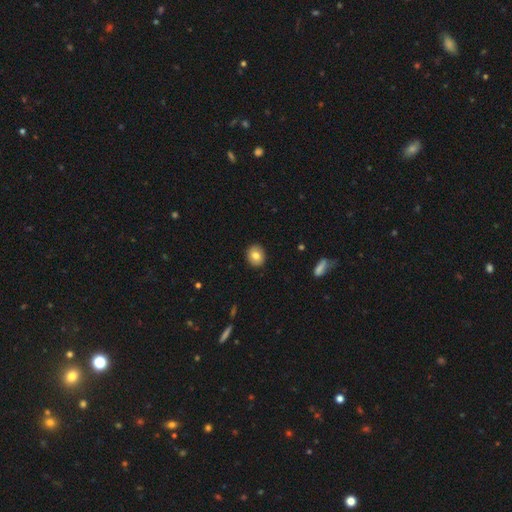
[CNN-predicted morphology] A smooth galaxy with no disk features (81%) that is round (64%).

Vote fractions:
- Smooth or featured? smooth: 81% / featured or disk: 11% / star or artifact: 8%
- How rounded? round: 64% / in between: 35% / cigar-shaped: 1%
- Merging? none: 91% / minor disturbance: 6% / major disturbance: 2% / merger: 1%